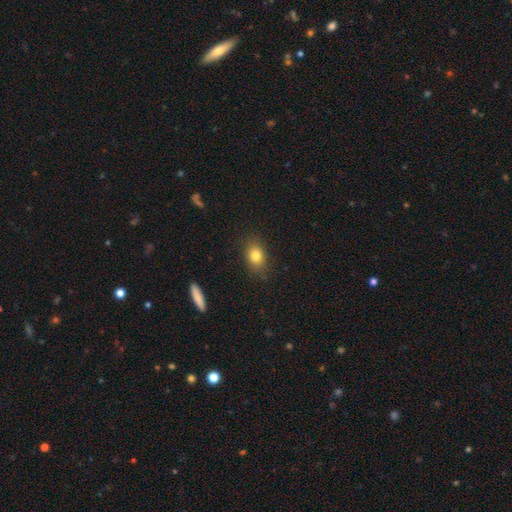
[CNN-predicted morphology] Overall: smooth (81%). How rounded: in between (66%; round 32%). Merging: none (83%).